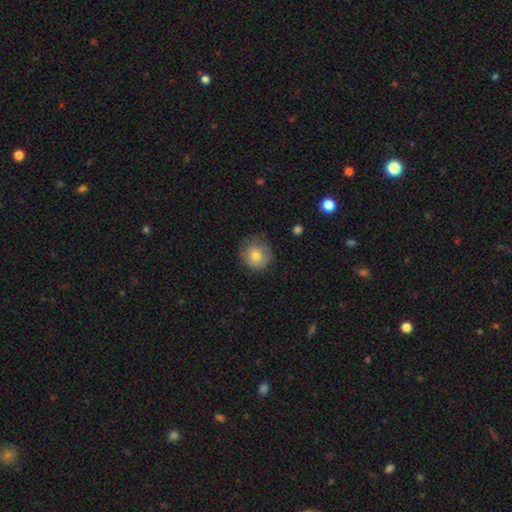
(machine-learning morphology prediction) A smooth galaxy with no disk features (76%) that is round (89%). Merging: none (71%).